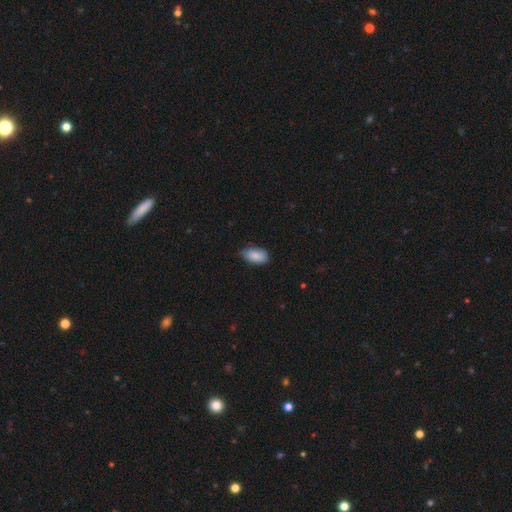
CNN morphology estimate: Smooth or featured?
  - smooth: 87% *
  - featured or disk: 7%
  - star or artifact: 6%
How rounded?
  - in between: 93% *
  - round: 4%
  - cigar-shaped: 3%
Merging?
  - none: 64% *
  - minor disturbance: 31%
  - major disturbance: 4%
  - merger: 1%